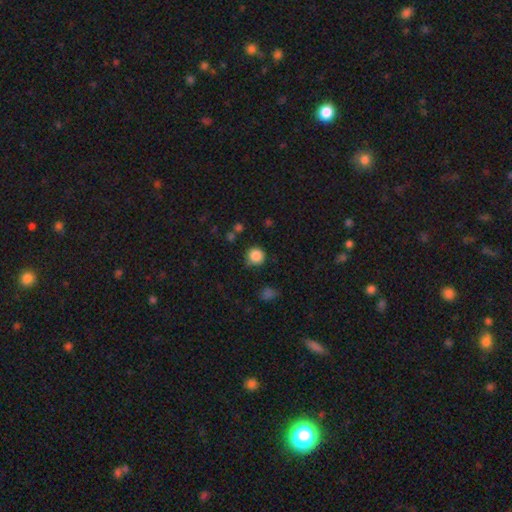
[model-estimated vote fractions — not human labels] A smooth galaxy with no disk features (86%) that is round (94%). Merging: none (81%).